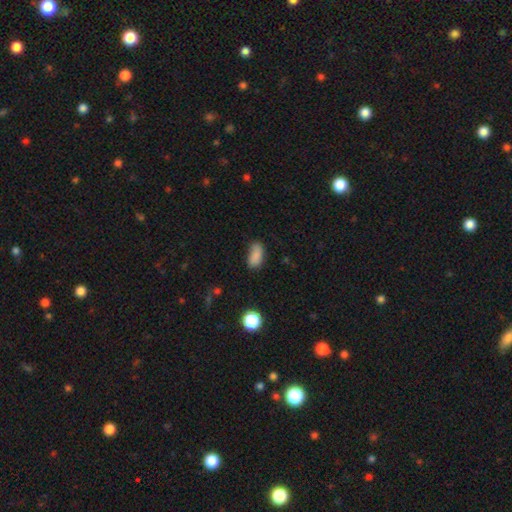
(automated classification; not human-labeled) Q: Smooth or featured?
A: smooth (85%); runner-up: star or artifact (10%)
Q: How rounded?
A: in between (90%); runner-up: round (5%)
Q: Merging?
A: none (65%); runner-up: minor disturbance (26%)